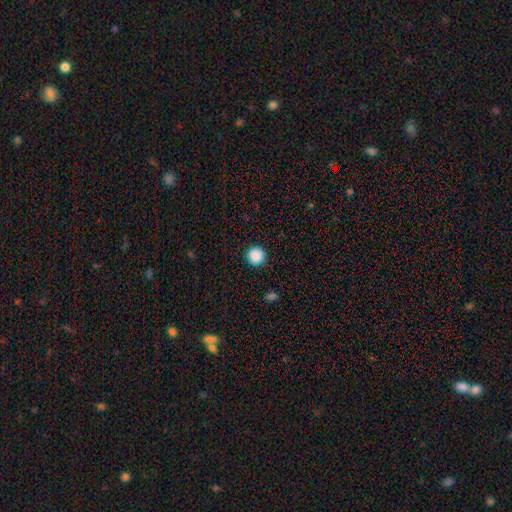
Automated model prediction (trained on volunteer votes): Overall: smooth (89%). How rounded: round (96%). Merging: none (92%).